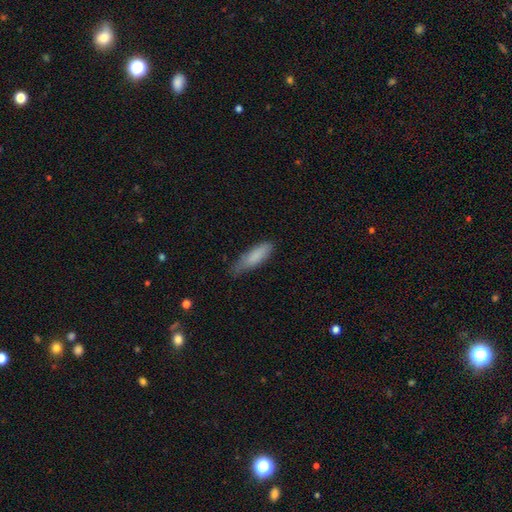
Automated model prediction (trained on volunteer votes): Q: Smooth or featured?
A: smooth (84%); runner-up: featured or disk (10%)
Q: How rounded?
A: cigar-shaped (55%); runner-up: in between (43%)
Q: Merging?
A: none (58%); runner-up: minor disturbance (34%)